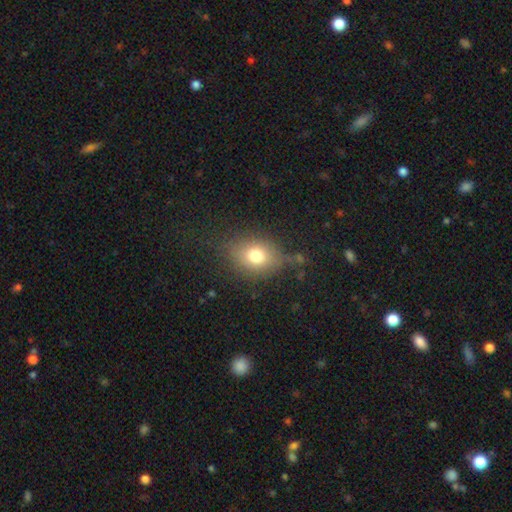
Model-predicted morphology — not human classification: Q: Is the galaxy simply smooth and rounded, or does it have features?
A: smooth — 75%.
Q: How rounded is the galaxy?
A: in between — 54%.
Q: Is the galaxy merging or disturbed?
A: none — 70%.